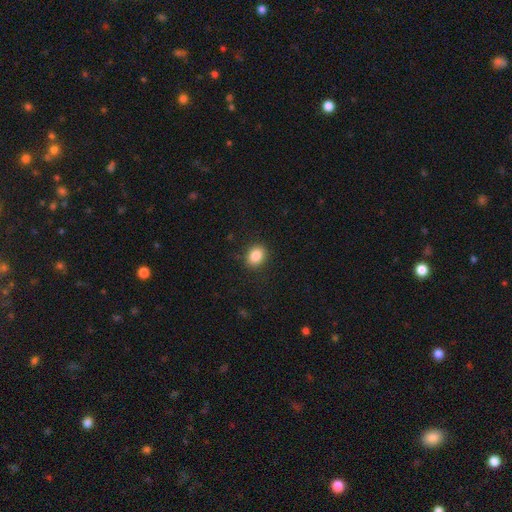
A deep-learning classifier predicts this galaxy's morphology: smooth-or-featured: smooth: 85% | star or artifact: 9% | featured or disk: 5%
  how-rounded: in between: 50% | round: 49% | cigar-shaped: 1%
  merging: none: 88% | minor disturbance: 8% | major disturbance: 3% | merger: 1%